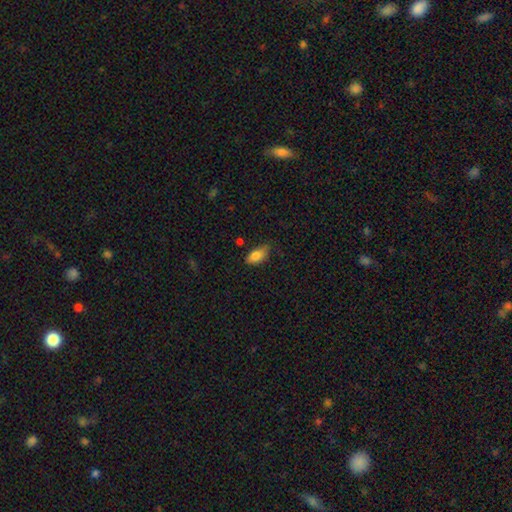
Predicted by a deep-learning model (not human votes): This appears to be a smooth galaxy with no disk features (80%) that is in between round and cigar-shaped (88%). Merging: none (56%).